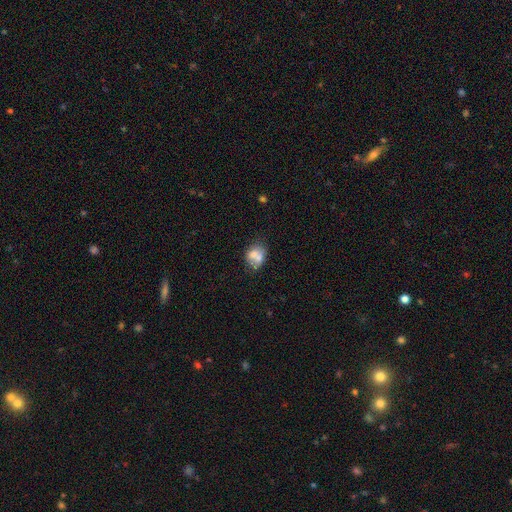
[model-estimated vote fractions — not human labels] smooth 64%, featured or disk 27%, star or artifact 9%. Down the decision tree: how rounded — round (51%); merging — merger (50%).